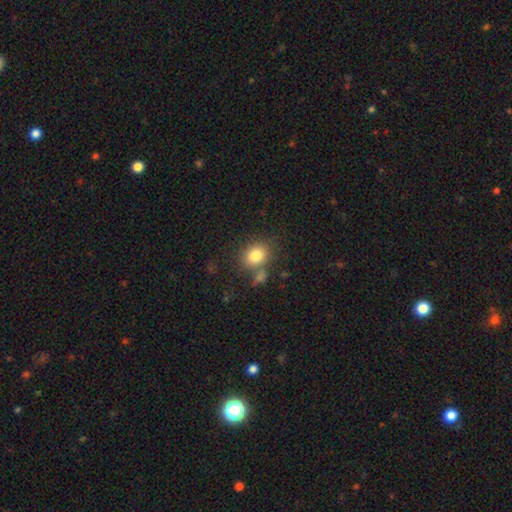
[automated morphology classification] This appears to be a smooth galaxy with no disk features (81%) that is round (60%). Merging: none (66%).